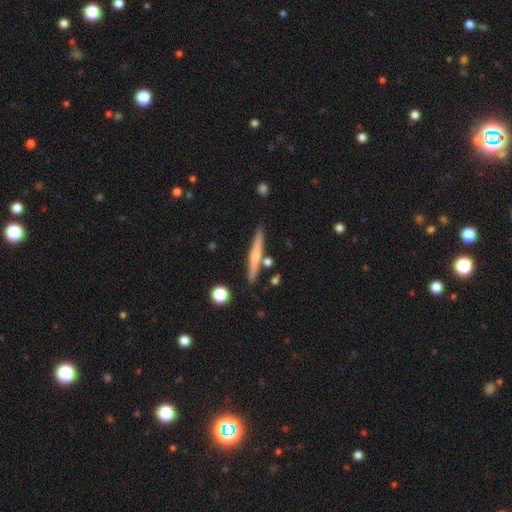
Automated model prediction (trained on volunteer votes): Morphology: type=smooth (48%); merging=none (84%).